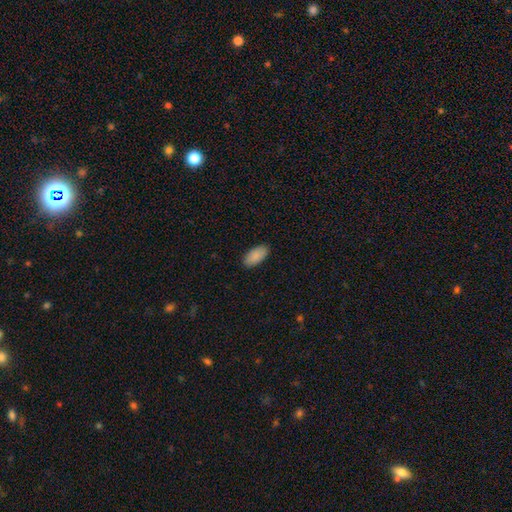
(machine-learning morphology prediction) A smooth galaxy with no disk features (90%) that is in between round and cigar-shaped (93%). Merging: none (89%).